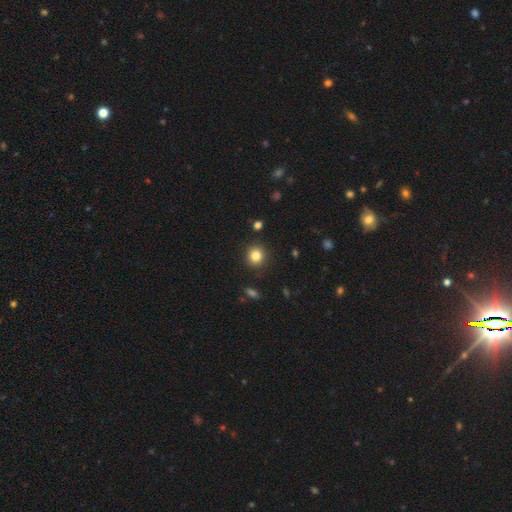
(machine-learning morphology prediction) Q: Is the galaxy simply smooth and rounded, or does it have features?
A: smooth — 83%.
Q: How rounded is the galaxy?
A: round — 90%.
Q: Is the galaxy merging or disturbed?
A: none — 90%.